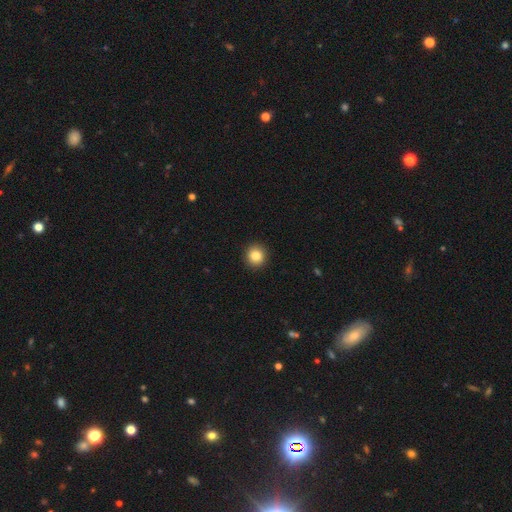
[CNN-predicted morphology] smooth 85%, star or artifact 10%, featured or disk 5%. Down the decision tree: how rounded — round (92%); merging — none (92%).